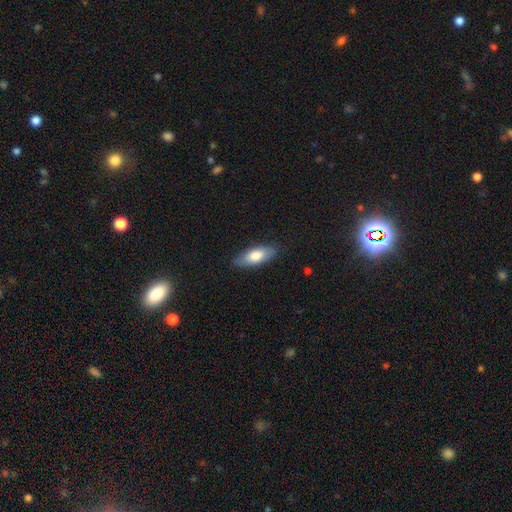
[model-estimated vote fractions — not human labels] smooth_or_featured: smooth (p=0.75) [alt: featured or disk p=0.19]
how_rounded: in between (p=0.75) [alt: cigar-shaped p=0.23]
merging: none (p=0.85) [alt: minor disturbance p=0.12]